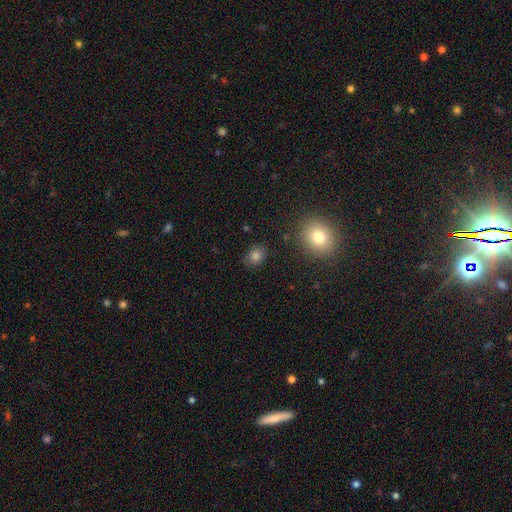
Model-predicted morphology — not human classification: A smooth galaxy with no disk features (79%) that is round (50%).

Vote fractions:
- Smooth or featured? smooth: 79% / star or artifact: 14% / featured or disk: 7%
- How rounded? round: 50% / in between: 49% / cigar-shaped: 1%
- Merging? none: 83% / minor disturbance: 12% / major disturbance: 3% / merger: 2%